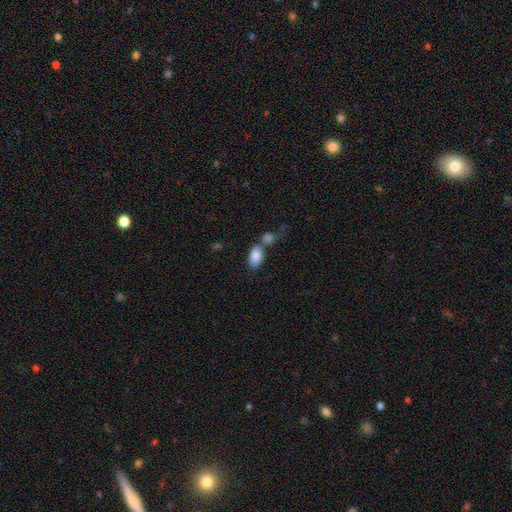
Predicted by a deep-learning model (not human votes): The model was most divided on "merging": merger: 52%, none: 31%, minor disturbance: 10%, major disturbance: 7%. More confident: how rounded — in between (92%); smooth or featured — smooth (85%).